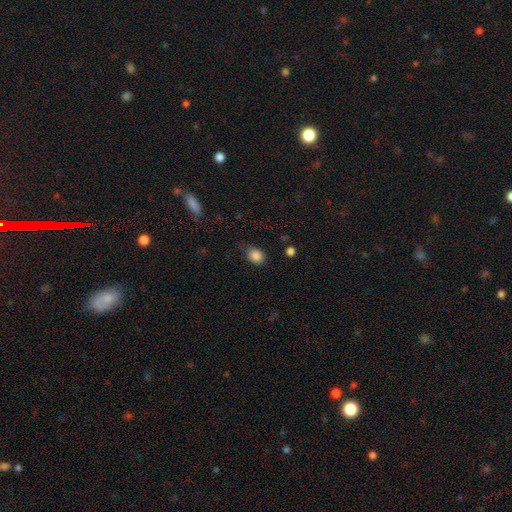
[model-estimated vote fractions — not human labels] Morphology: type=smooth (86%); roundness=in between (64%); merging=none (76%).